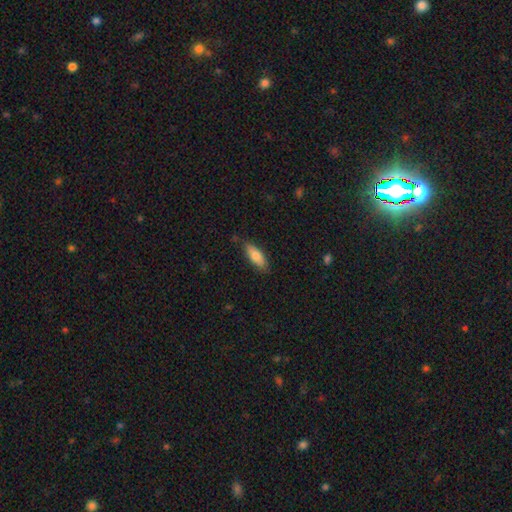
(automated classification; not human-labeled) A smooth galaxy with no disk features (79%) that is in between round and cigar-shaped (72%). Merging: none (81%).